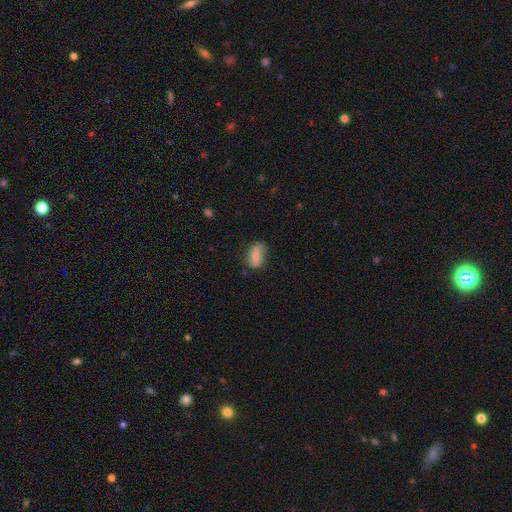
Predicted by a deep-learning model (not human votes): Q: Smooth or featured?
A: smooth (61%); runner-up: featured or disk (31%)
Q: How rounded?
A: in between (82%); runner-up: round (10%)
Q: Merging?
A: none (64%); runner-up: minor disturbance (25%)